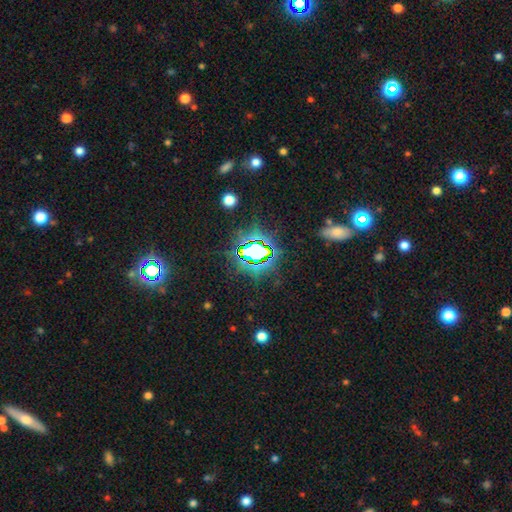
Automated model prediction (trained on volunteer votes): The model was most divided on "smooth or featured": star or artifact: 80%, smooth: 11%, featured or disk: 9%.